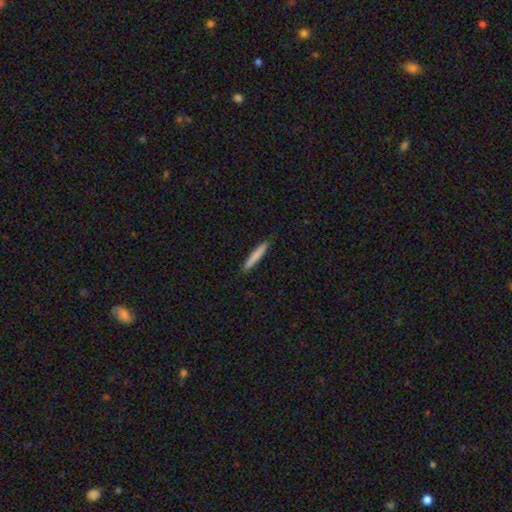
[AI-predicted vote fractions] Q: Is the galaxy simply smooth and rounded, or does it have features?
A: smooth — 79%.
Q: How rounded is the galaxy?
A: cigar-shaped — 95%.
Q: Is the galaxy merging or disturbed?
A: none — 91%.